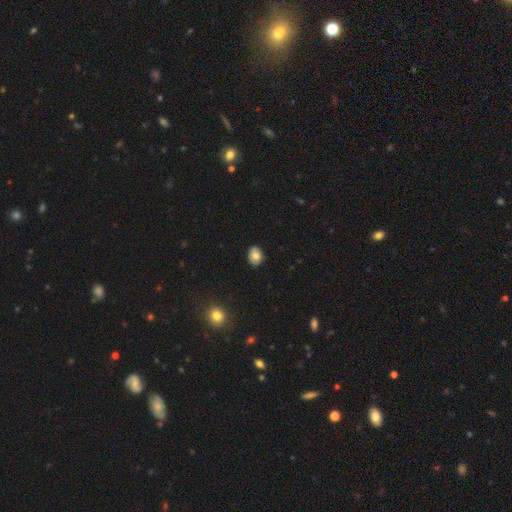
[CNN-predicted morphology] Smooth or featured? Predicted: smooth (p=0.72). How rounded? Predicted: round (p=0.53). Merging? Predicted: none (p=0.87).